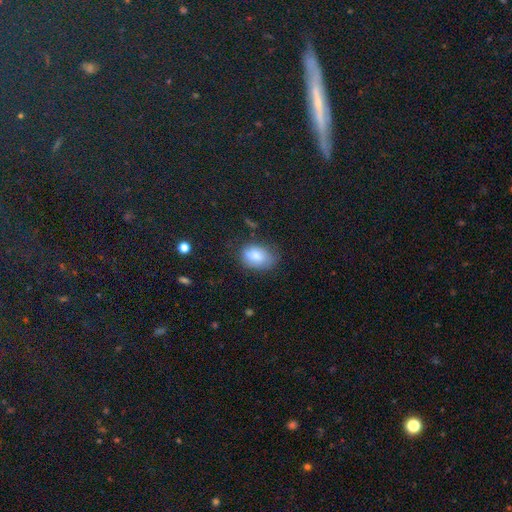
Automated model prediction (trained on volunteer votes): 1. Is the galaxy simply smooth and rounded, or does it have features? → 79% smooth, 13% featured or disk, 9% star or artifact.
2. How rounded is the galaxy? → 80% in between, 19% round, 1% cigar-shaped.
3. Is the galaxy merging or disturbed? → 66% none, 25% minor disturbance, 7% major disturbance, 2% merger.